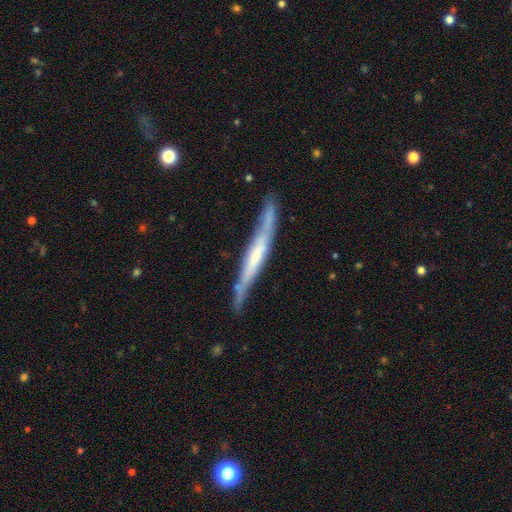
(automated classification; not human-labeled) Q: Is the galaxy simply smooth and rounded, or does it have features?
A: featured or disk — 66%.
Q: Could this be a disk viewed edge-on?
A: yes — 88%.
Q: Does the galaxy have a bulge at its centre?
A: none — 52%.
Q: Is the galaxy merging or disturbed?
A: none — 74%.